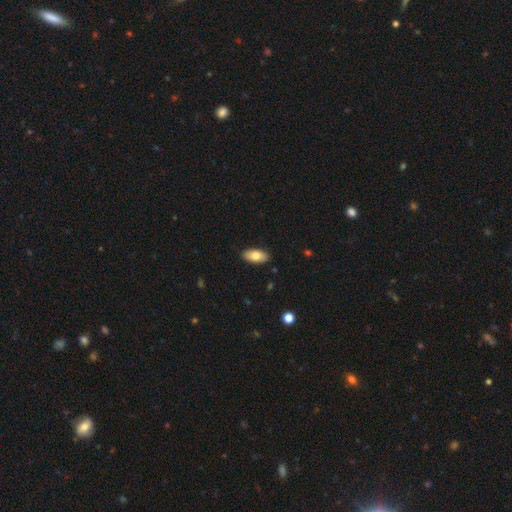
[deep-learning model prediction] smooth_or_featured: smooth (p=0.79) [alt: featured or disk p=0.15]
how_rounded: in between (p=0.93) [alt: cigar-shaped p=0.05]
merging: none (p=0.89) [alt: minor disturbance p=0.08]